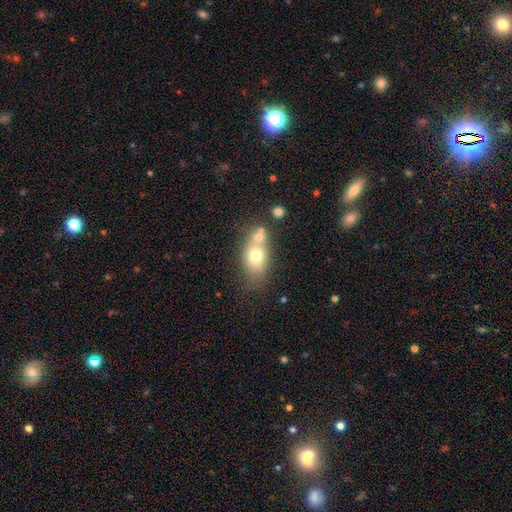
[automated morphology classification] A smooth galaxy with no disk features (67%) that is in between round and cigar-shaped (69%). Merging: none (41%).